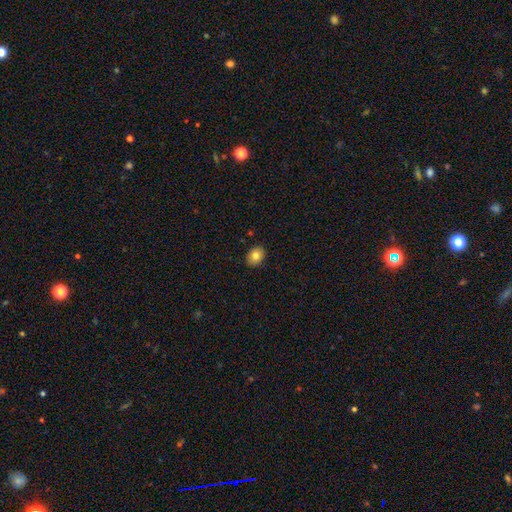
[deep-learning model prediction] Overall: smooth (81%). How rounded: in between (52%; round 47%). Merging: none (89%).